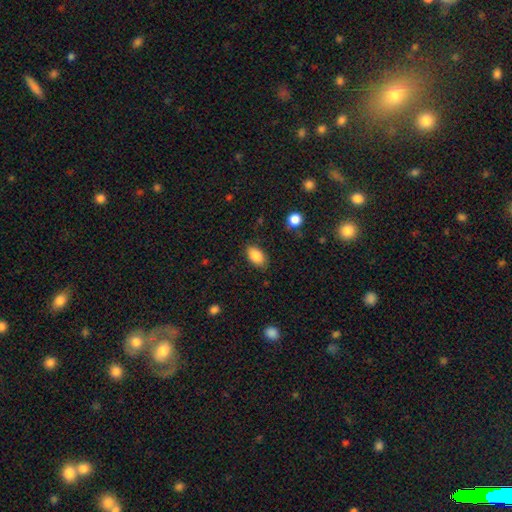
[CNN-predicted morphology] type=smooth (87%); roundness=in between (92%); merging=none (84%).